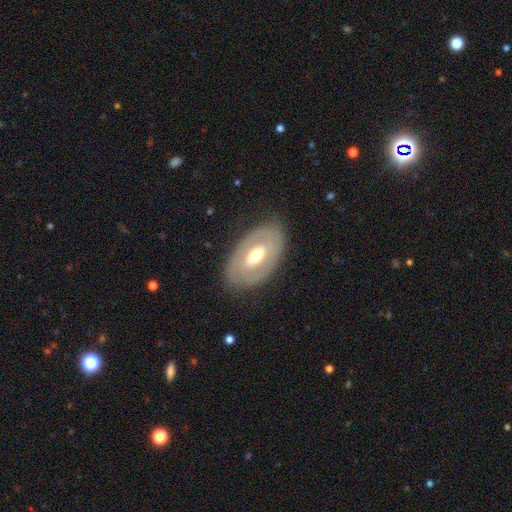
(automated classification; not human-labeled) smooth-or-featured: featured or disk: 67% | smooth: 28% | star or artifact: 6%
  disk-edge-on: no: 90% | yes: 10%
    bar: no: 44% | weak: 35% | strong: 21%
    has-spiral-arms: no: 65% | yes: 35%
    bulge-size: moderate: 70% | small: 20% | large: 8% | dominant: 1% | none: 1%
  merging: none: 82% | minor disturbance: 12% | major disturbance: 4% | merger: 1%